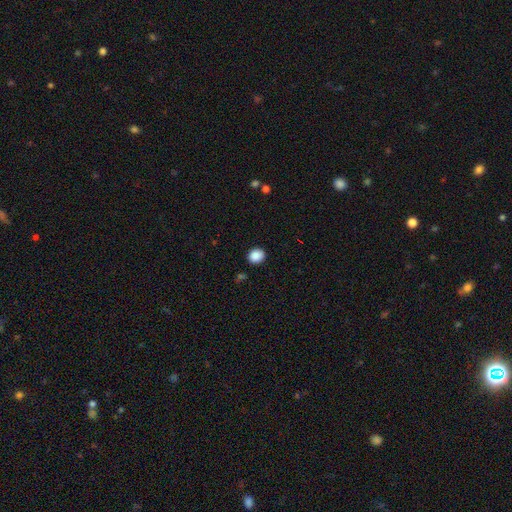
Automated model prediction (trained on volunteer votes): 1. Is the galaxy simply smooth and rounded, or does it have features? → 88% smooth, 9% star or artifact, 3% featured or disk.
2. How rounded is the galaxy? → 73% round, 26% in between, 1% cigar-shaped.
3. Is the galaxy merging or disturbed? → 89% none, 7% minor disturbance, 2% major disturbance, 2% merger.